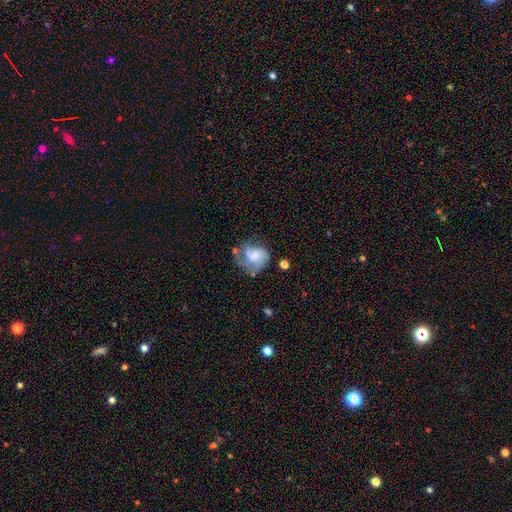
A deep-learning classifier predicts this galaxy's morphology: A featured or disk galaxy (51%).

Vote fractions:
- Smooth or featured? featured or disk: 51% / smooth: 40% / star or artifact: 8%
- Edge-on disk? no: 98% / yes: 2%
- Merging? none: 38% / major disturbance: 28% / minor disturbance: 27% / merger: 8%